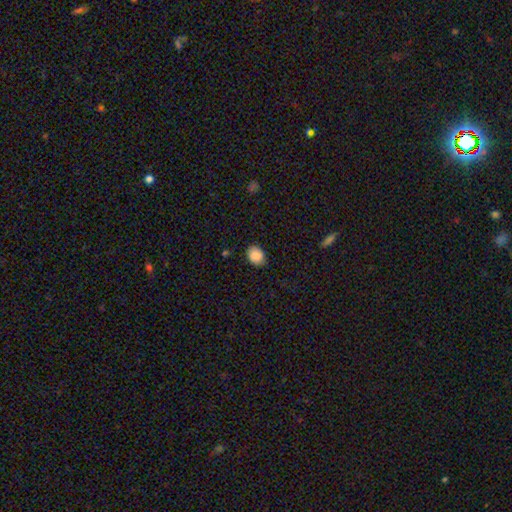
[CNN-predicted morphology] Smooth or featured? smooth (87%)
How rounded? in between (53%)
Merging? none (83%)